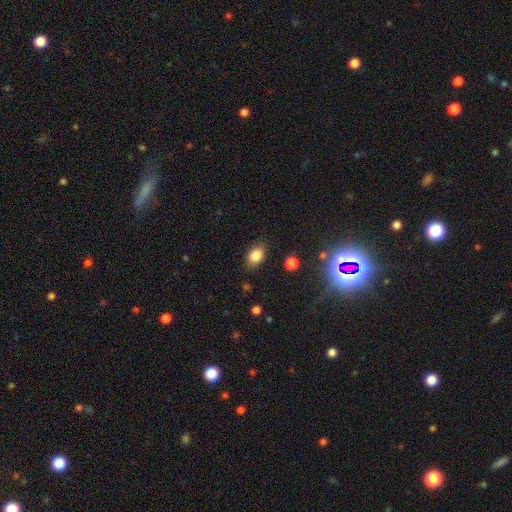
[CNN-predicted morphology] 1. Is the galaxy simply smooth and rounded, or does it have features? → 84% smooth, 10% star or artifact, 6% featured or disk.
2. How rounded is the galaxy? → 80% in between, 19% round, 2% cigar-shaped.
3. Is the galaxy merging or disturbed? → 82% none, 13% minor disturbance, 3% major disturbance, 2% merger.